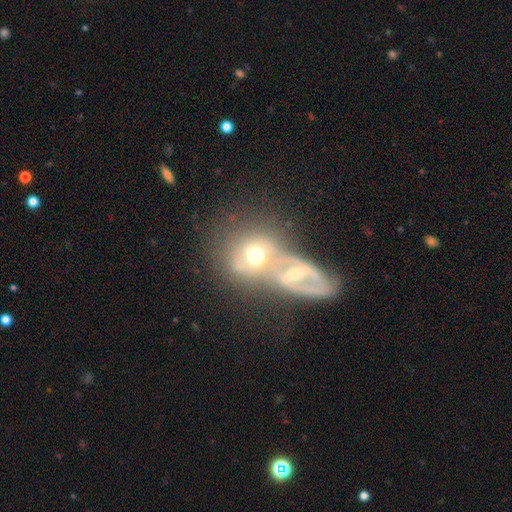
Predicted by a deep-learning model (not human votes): This appears to be a featured or disk galaxy (52%). Merging: merger (60%).